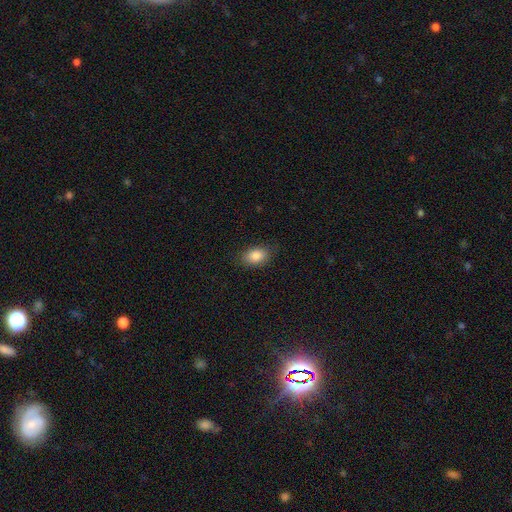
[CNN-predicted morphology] The model was most divided on "merging": none: 83%, minor disturbance: 13%, major disturbance: 3%, merger: 1%. More confident: how rounded — in between (87%); smooth or featured — smooth (87%).